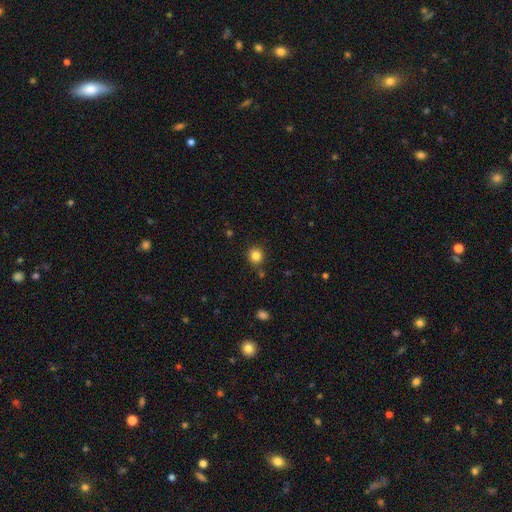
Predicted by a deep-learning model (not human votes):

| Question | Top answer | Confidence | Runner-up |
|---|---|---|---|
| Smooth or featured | smooth | 83% | star or artifact (12%) |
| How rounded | round | 91% | in between (8%) |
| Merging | none | 87% | minor disturbance (7%) |